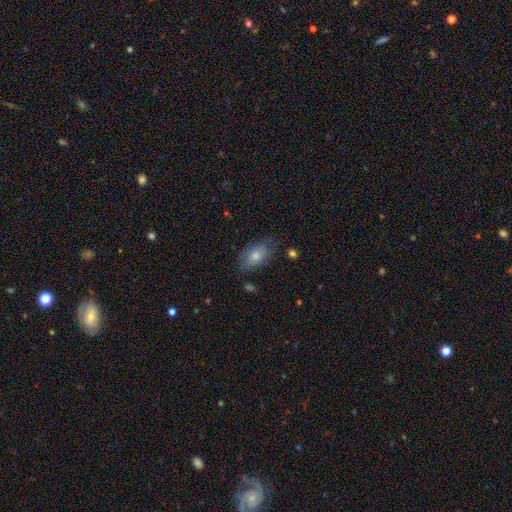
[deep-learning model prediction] A smooth galaxy with no disk features (64%) that is in between round and cigar-shaped (87%). Merging: none (76%).